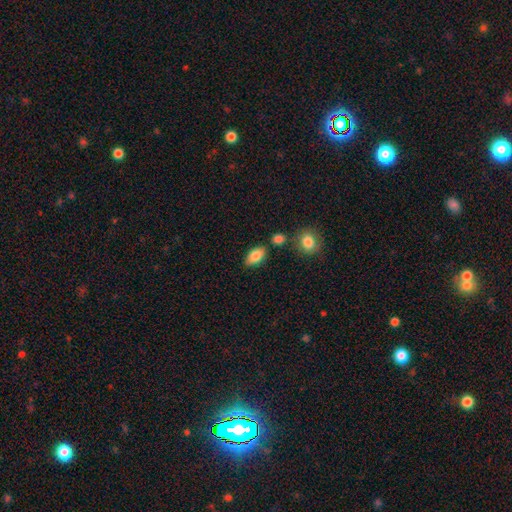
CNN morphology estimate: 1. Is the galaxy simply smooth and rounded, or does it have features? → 84% smooth, 9% featured or disk, 8% star or artifact.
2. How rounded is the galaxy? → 91% in between, 6% round, 3% cigar-shaped.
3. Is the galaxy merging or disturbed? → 78% none, 12% minor disturbance, 7% merger, 3% major disturbance.